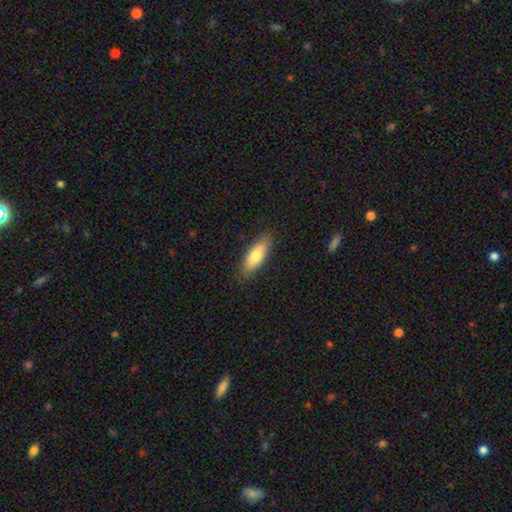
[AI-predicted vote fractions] Smooth or featured? Predicted: smooth (p=0.75). How rounded? Predicted: in between (p=0.58). Merging? Predicted: none (p=0.86).